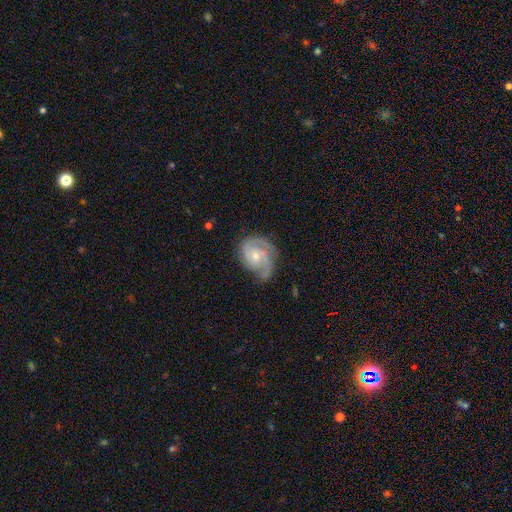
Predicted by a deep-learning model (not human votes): Overall: featured or disk (82%). Edge-on disk: no (98%). Bar: no (66%; weak 30%). Spiral arms: yes (96%). Spiral arm count: 2 (51%; 3 23%). Spiral winding: tight (46%; medium 42%). Bulge size: small (55%; moderate 41%). Merging: none (59%; minor disturbance 27%).